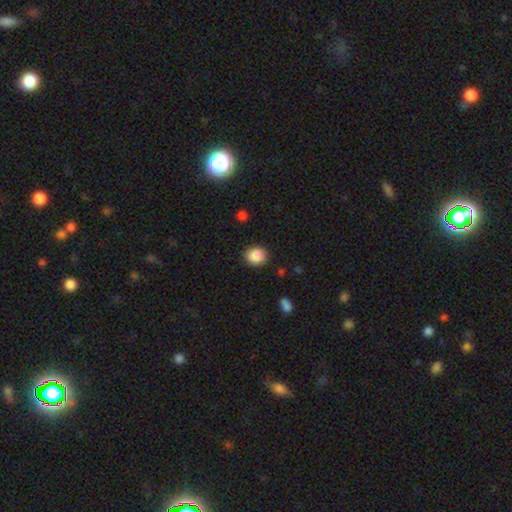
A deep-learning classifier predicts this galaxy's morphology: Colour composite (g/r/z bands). It shows a smooth galaxy with no disk features (88%) that is round (73%). Merging: none (89%).